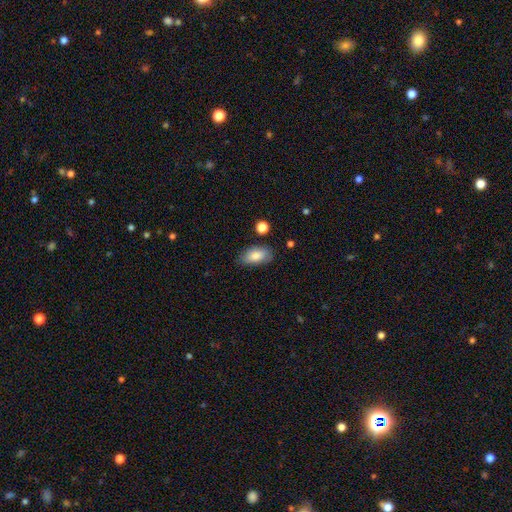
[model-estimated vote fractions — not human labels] A smooth galaxy with no disk features (81%) that is in between round and cigar-shaped (90%). Merging: none (79%).